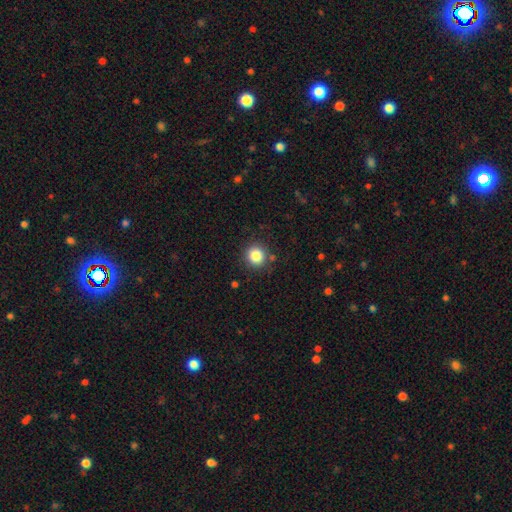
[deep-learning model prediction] A smooth galaxy with no disk features (84%) that is round (91%). Merging: none (86%).